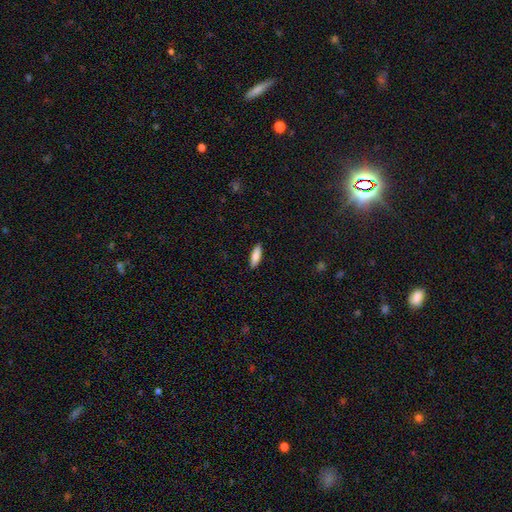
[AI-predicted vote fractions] This appears to be a smooth galaxy with no disk features (86%) that is in between round and cigar-shaped (50%). Merging: none (88%).